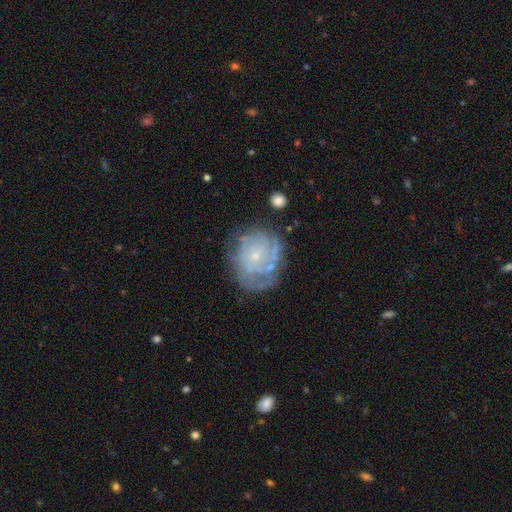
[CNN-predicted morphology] type=featured or disk (75%); edge-on=no (98%); bar=no (80%); spiral arms=yes (85%); winding=tight (70%); arm count=can't tell (48%); bulge=small (82%); merging=none (65%).